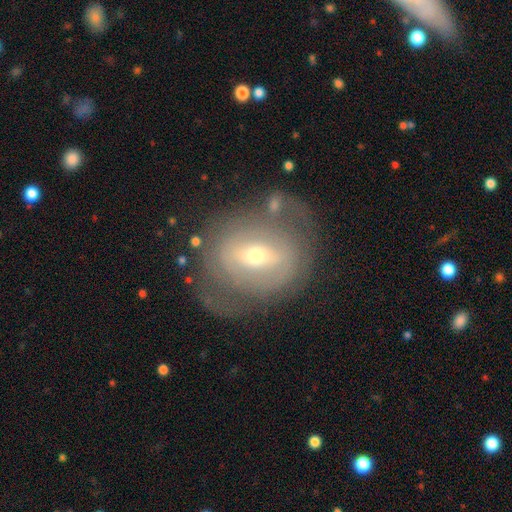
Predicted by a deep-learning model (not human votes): Q: Smooth or featured?
A: featured or disk (65%); runner-up: smooth (27%)
Q: Edge-on disk?
A: no (94%); runner-up: yes (6%)
Q: Bar?
A: weak (41%); runner-up: no (29%)
Q: Spiral arms?
A: no (51%); runner-up: yes (49%)
Q: Bulge size?
A: small (49%); runner-up: moderate (46%)
Q: Merging?
A: none (65%); runner-up: minor disturbance (18%)